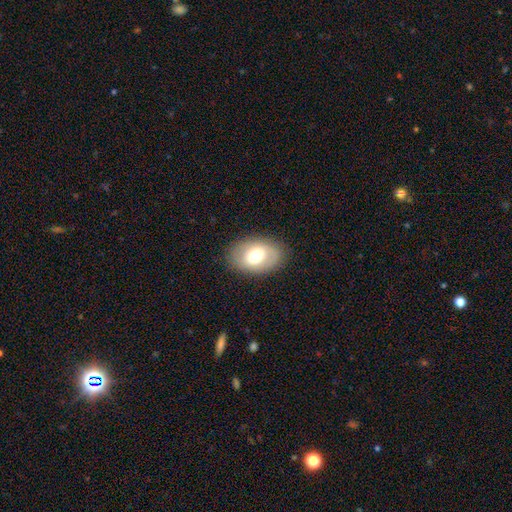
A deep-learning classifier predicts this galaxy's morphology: A smooth galaxy with no disk features (64%) that is in between round and cigar-shaped (84%). Merging: none (85%).